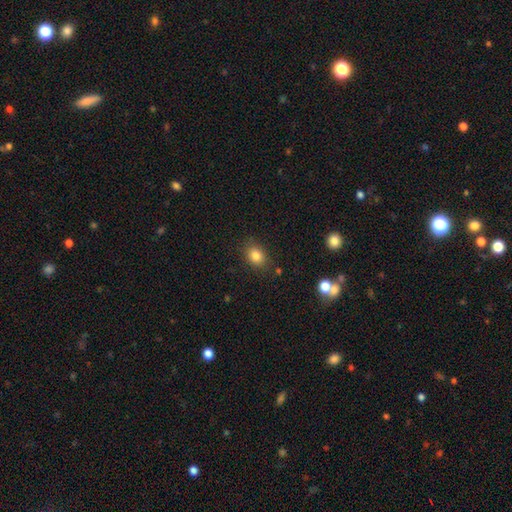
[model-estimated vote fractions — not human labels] Q: Smooth or featured?
A: smooth (83%); runner-up: star or artifact (11%)
Q: How rounded?
A: in between (59%); runner-up: round (40%)
Q: Merging?
A: none (84%); runner-up: minor disturbance (11%)